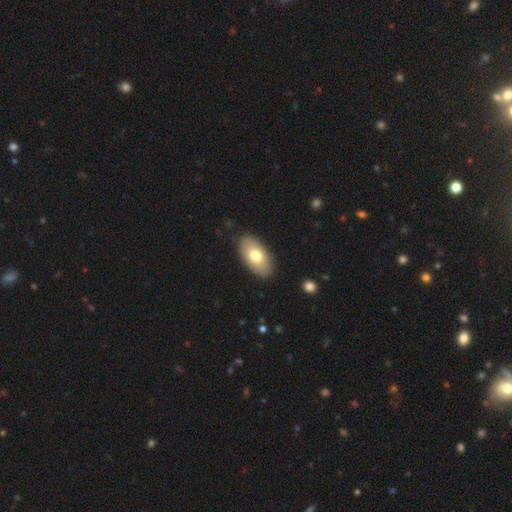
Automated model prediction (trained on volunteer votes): Smooth or featured? smooth (74%)
How rounded? in between (94%)
Merging? none (87%)